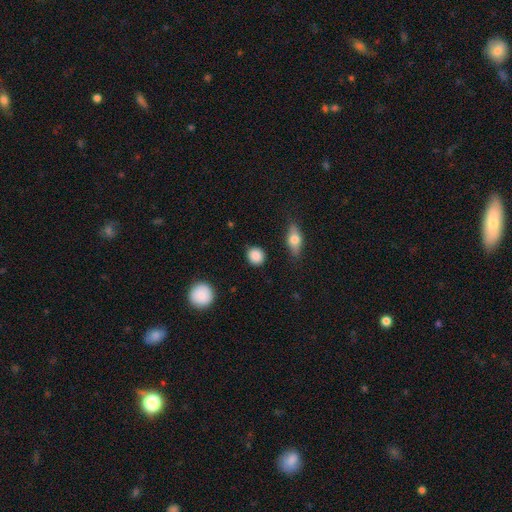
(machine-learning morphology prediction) Q: Smooth or featured?
A: smooth (86%); runner-up: star or artifact (8%)
Q: How rounded?
A: round (85%); runner-up: in between (13%)
Q: Merging?
A: none (86%); runner-up: minor disturbance (9%)